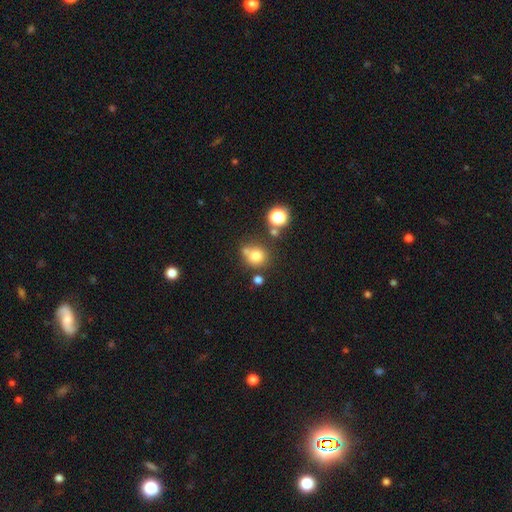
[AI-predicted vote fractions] smooth_or_featured: smooth (p=0.74) [alt: star or artifact p=0.16]
how_rounded: round (p=0.87) [alt: in between p=0.12]
merging: none (p=0.62) [alt: merger p=0.20]